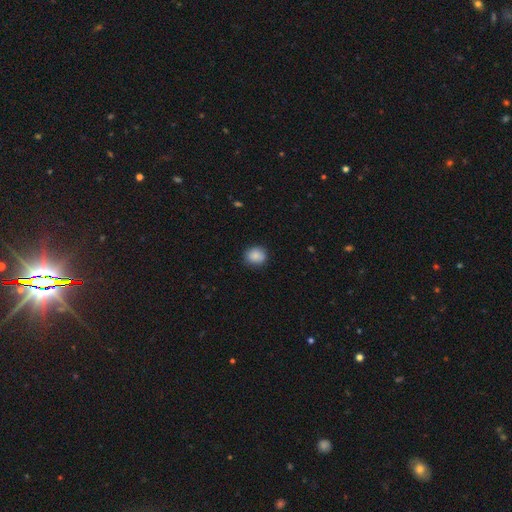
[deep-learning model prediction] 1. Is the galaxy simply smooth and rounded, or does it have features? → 87% smooth, 8% star or artifact, 5% featured or disk.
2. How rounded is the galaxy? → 75% round, 25% in between, 1% cigar-shaped.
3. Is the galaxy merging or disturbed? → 85% none, 11% minor disturbance, 2% major disturbance, 1% merger.